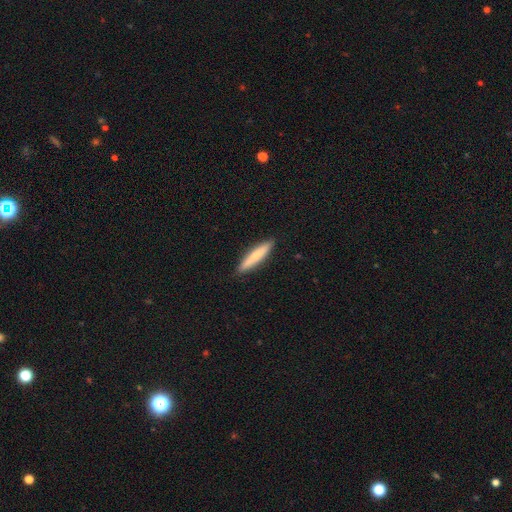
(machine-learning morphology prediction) Smooth or featured: smooth — 72% (featured or disk — 23%)
How rounded: cigar-shaped — 89% (in between — 10%)
Merging: none — 90% (minor disturbance — 7%)